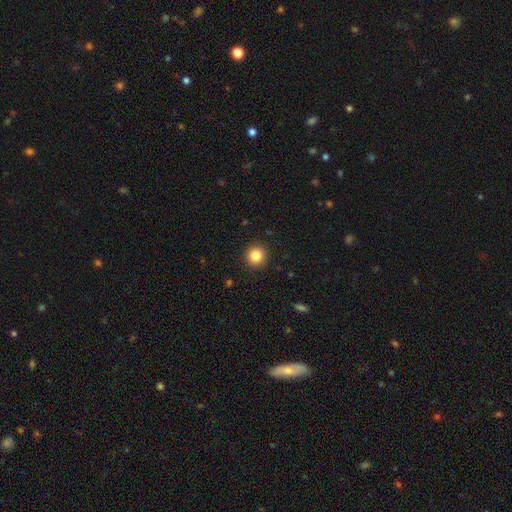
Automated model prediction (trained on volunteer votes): Smooth or featured?
  - smooth: 85% *
  - star or artifact: 10%
  - featured or disk: 5%
How rounded?
  - round: 92% *
  - in between: 7%
  - cigar-shaped: 1%
Merging?
  - none: 92% *
  - minor disturbance: 5%
  - major disturbance: 2%
  - merger: 1%